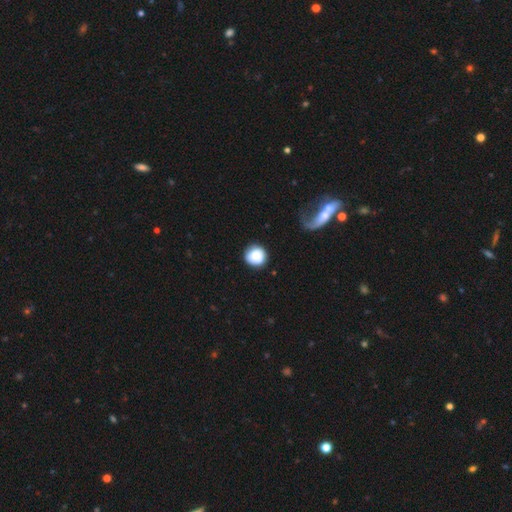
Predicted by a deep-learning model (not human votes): This appears to be a smooth galaxy with no disk features (78%) that is round (93%). Merging: none (81%).